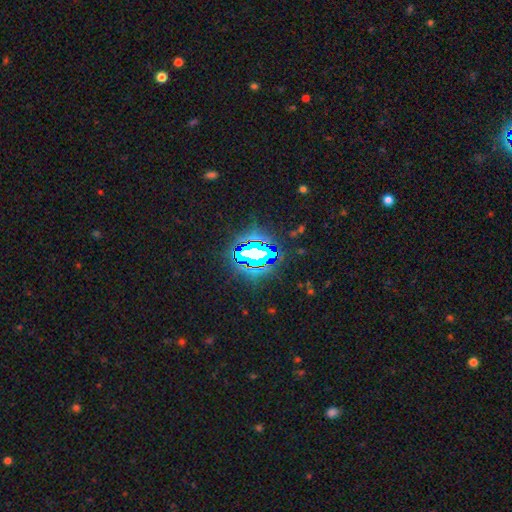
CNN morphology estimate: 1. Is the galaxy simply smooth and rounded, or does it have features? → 76% star or artifact, 13% smooth, 11% featured or disk.